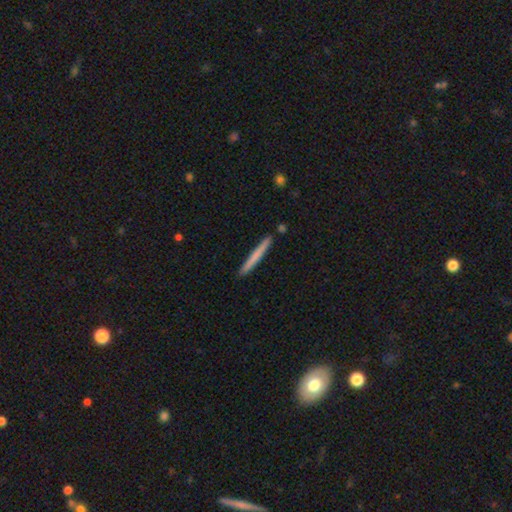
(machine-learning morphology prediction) smooth-or-featured: smooth: 69% | featured or disk: 26% | star or artifact: 5%
  how-rounded: cigar-shaped: 97% | in between: 2% | round: 1%
  merging: none: 90% | minor disturbance: 7% | merger: 2% | major disturbance: 1%